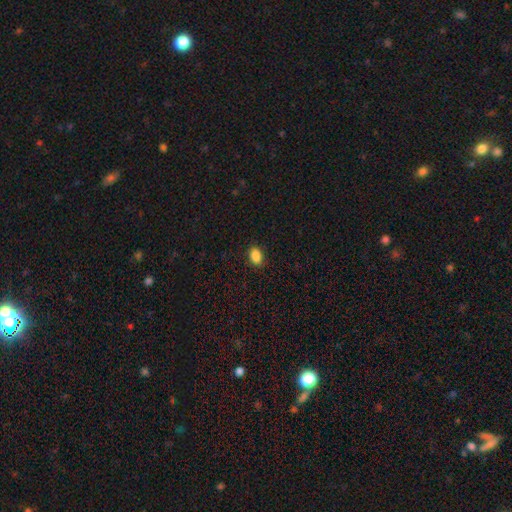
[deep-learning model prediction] This appears to be a smooth galaxy with no disk features (87%) that is in between round and cigar-shaped (74%). Merging: none (88%).